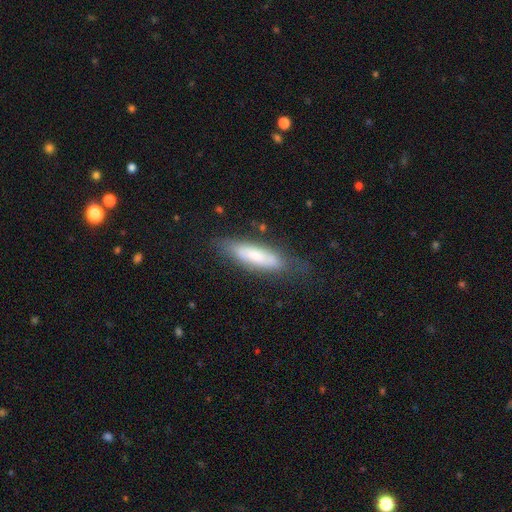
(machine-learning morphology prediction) type=smooth (63%); roundness=cigar-shaped (60%); merging=none (68%).